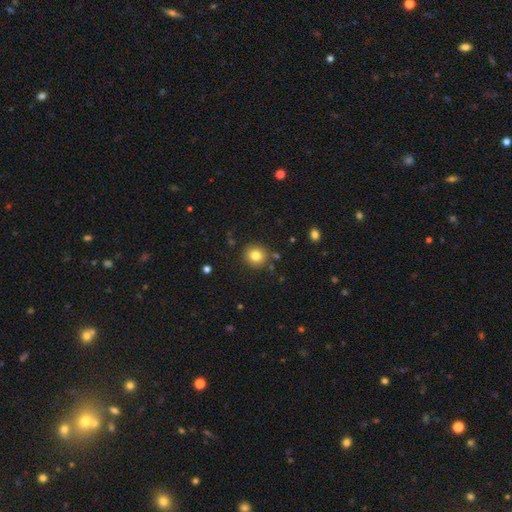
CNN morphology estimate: A smooth galaxy with no disk features (80%) that is round (90%). Merging: none (86%).